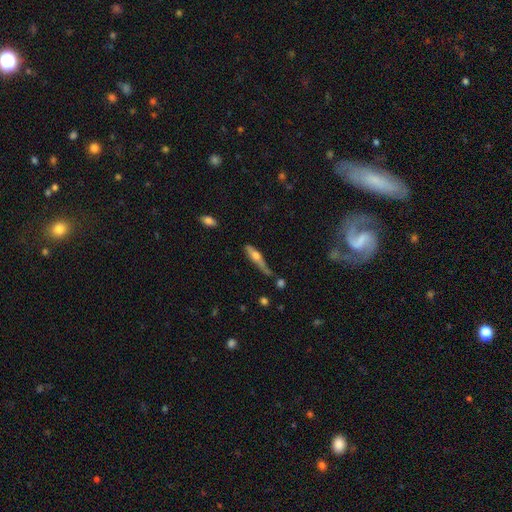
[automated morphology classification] Smooth or featured?
  - smooth: 52% *
  - featured or disk: 41%
  - star or artifact: 7%
How rounded?
  - cigar-shaped: 76% *
  - in between: 22%
  - round: 3%
Merging?
  - none: 42% *
  - minor disturbance: 31%
  - major disturbance: 16%
  - merger: 12%